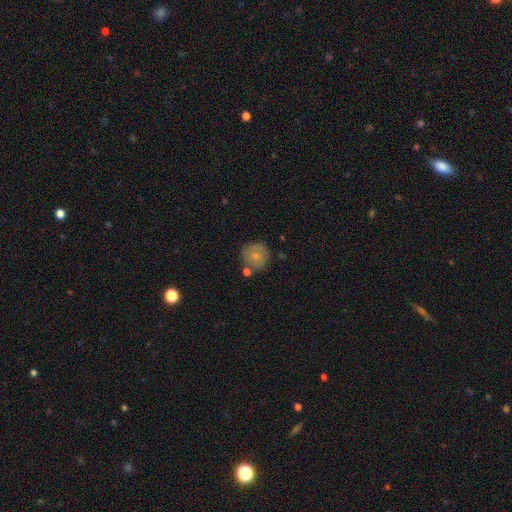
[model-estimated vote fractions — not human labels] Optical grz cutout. It shows a smooth galaxy with no disk features (67%) that is round (91%). Merging: none (70%).